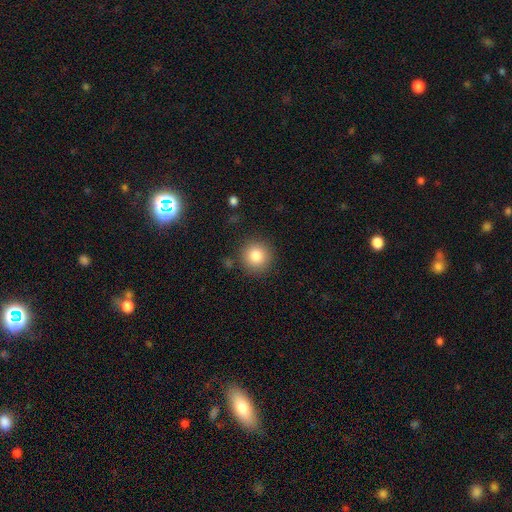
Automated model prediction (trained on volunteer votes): Overall: smooth (83%). How rounded: round (94%). Merging: none (88%).